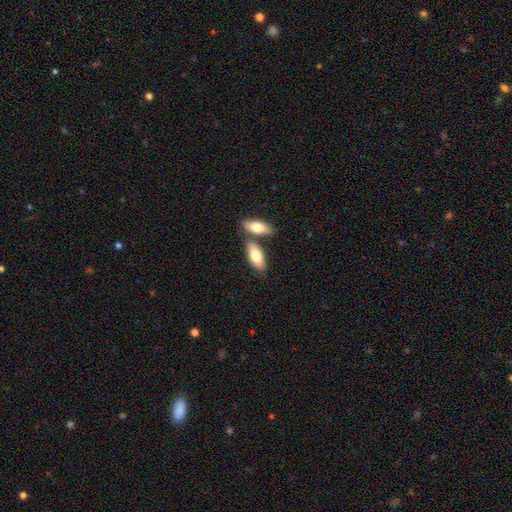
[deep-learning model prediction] Smooth or featured? smooth (77%)
How rounded? in between (84%)
Merging? none (53%)